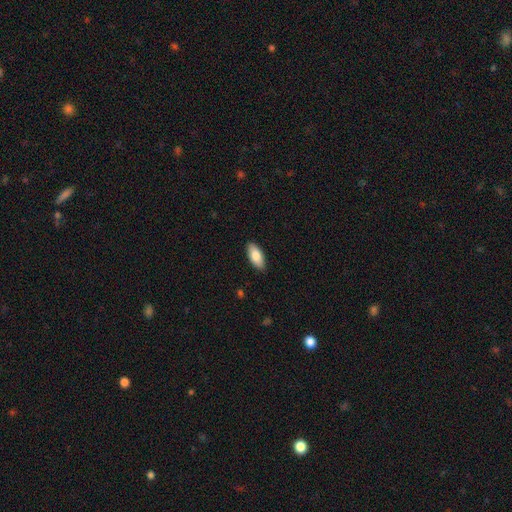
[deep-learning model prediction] This is clearly a smooth galaxy (84%). How rounded: clearly in between (89%). Merging: clearly none (89%).